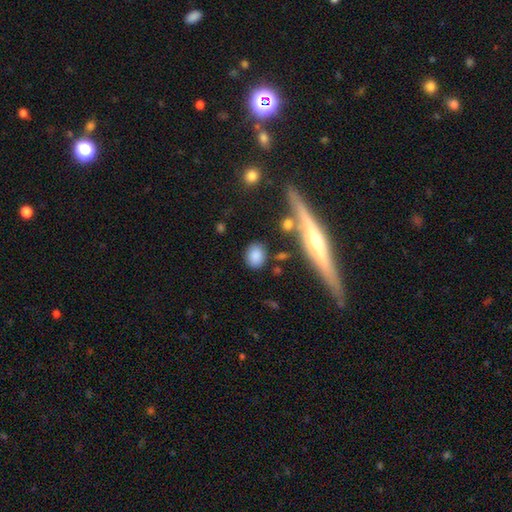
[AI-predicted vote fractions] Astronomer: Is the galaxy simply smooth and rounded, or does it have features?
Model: smooth — 82%.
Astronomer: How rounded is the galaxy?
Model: round — 51% (runner-up: in between, 45%).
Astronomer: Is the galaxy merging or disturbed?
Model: none — 82%.